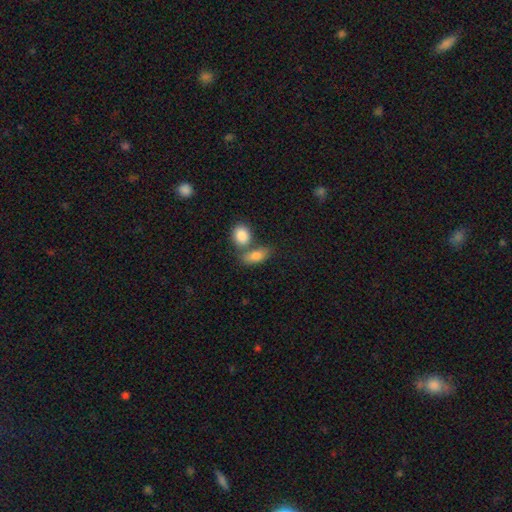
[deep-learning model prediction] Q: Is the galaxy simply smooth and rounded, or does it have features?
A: smooth — 82%.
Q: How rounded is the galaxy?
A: in between — 81%.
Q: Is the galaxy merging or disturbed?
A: merger — 44%.